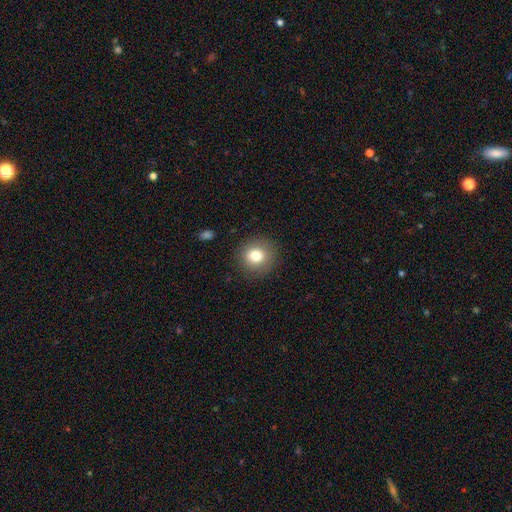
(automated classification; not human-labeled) Overall: smooth (78%). How rounded: round (89%). Merging: none (89%).